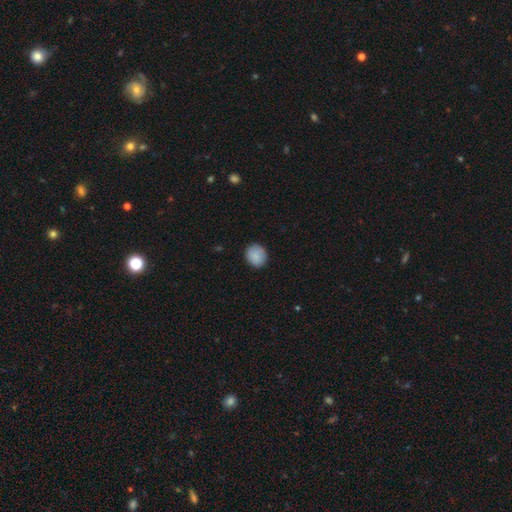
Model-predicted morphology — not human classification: A smooth galaxy with no disk features (89%) that is round (84%). Merging: none (88%).